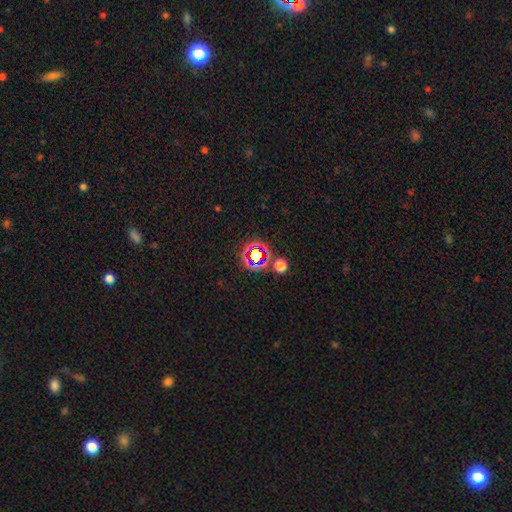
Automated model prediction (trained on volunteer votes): The model was most divided on "smooth or featured": star or artifact: 62%, smooth: 27%, featured or disk: 11%.